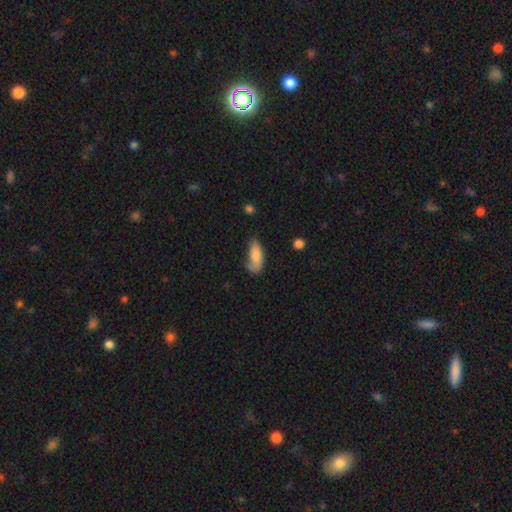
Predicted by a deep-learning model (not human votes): smooth_or_featured: smooth (p=0.82) [alt: featured or disk p=0.12]
how_rounded: in between (p=0.82) [alt: cigar-shaped p=0.15]
merging: none (p=0.47) [alt: minor disturbance p=0.33]